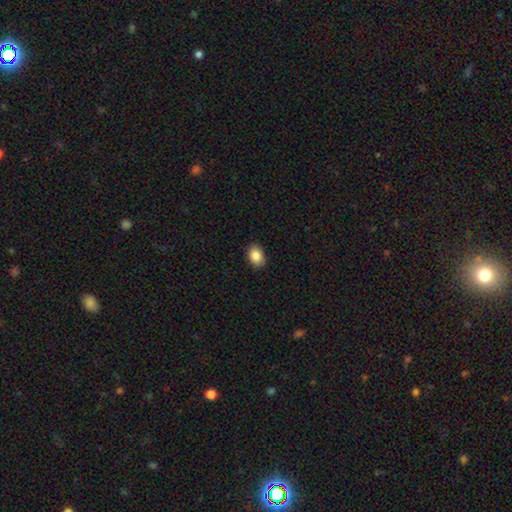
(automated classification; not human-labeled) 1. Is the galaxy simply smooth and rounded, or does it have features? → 87% smooth, 8% star or artifact, 5% featured or disk.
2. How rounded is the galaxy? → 77% in between, 22% round, 1% cigar-shaped.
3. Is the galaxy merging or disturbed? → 88% none, 9% minor disturbance, 2% major disturbance, 1% merger.